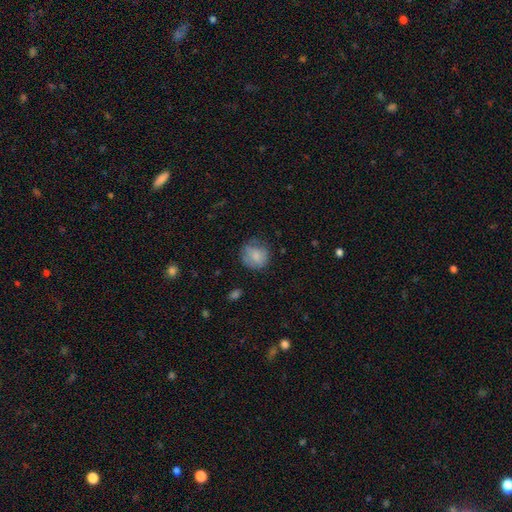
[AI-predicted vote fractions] Morphology: type=smooth (78%); roundness=round (83%); merging=none (65%).